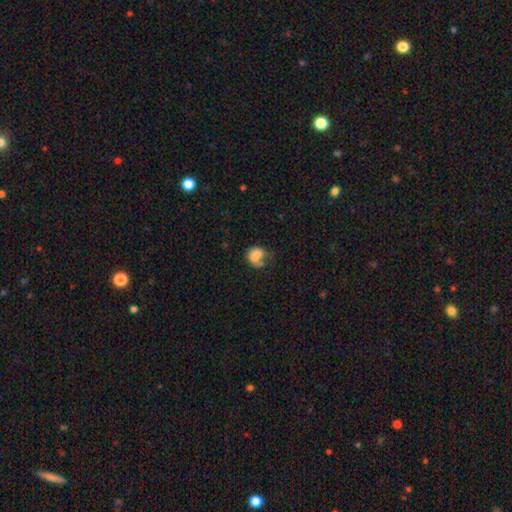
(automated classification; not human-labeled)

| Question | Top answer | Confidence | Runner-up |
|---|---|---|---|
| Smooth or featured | smooth | 73% | featured or disk (17%) |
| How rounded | in between | 50% | round (49%) |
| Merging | none | 30% | minor disturbance (24%) |